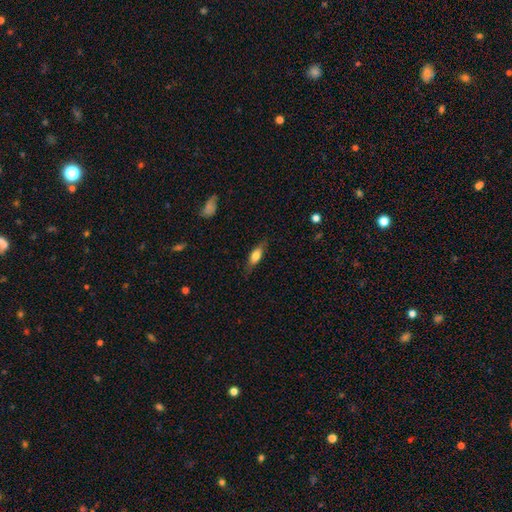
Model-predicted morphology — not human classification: Smooth or featured? Predicted: smooth (p=0.60). How rounded? Predicted: in between (p=0.57). Merging? Predicted: none (p=0.77).